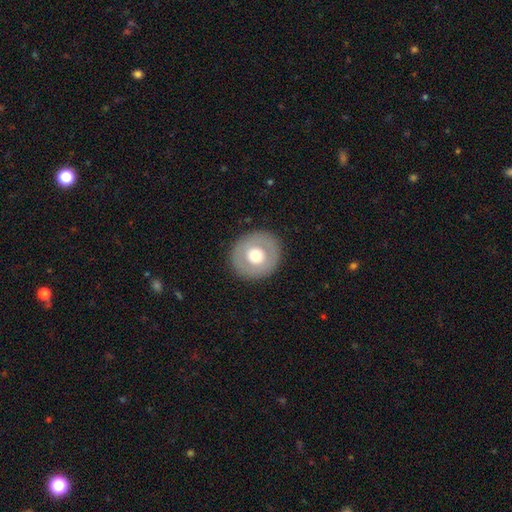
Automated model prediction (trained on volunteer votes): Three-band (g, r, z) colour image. It shows a smooth galaxy with no disk features (57%) that is round (91%). Merging: none (89%).